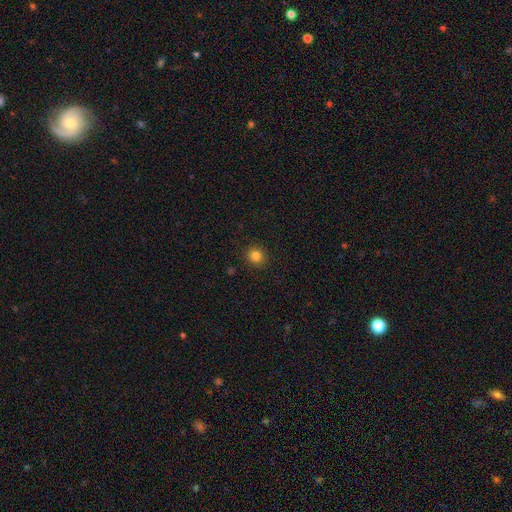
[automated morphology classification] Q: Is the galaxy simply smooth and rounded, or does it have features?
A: smooth — 83%.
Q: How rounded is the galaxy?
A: round — 91%.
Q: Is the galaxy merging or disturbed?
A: none — 91%.